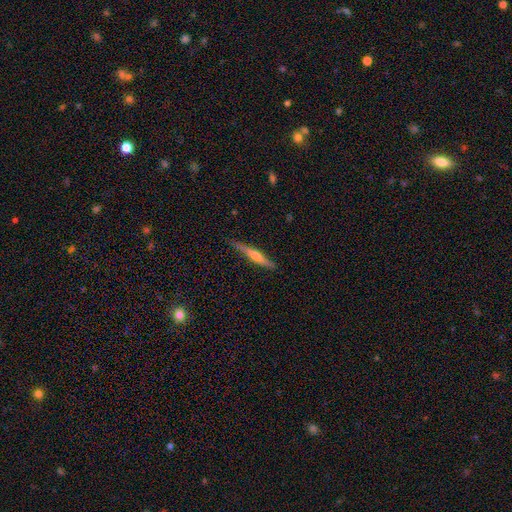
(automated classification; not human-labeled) smooth_or_featured: featured or disk (p=0.63) [alt: smooth p=0.32]
disk_edge_on: yes (p=0.97) [alt: no p=0.03]
edge_on_bulge: rounded (p=0.80) [alt: none p=0.11]
merging: none (p=0.82) [alt: minor disturbance p=0.14]